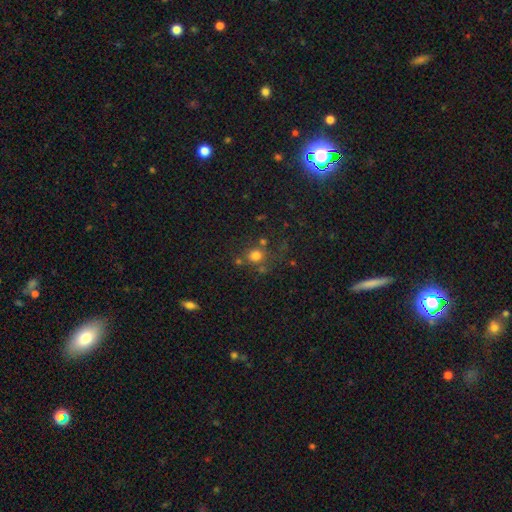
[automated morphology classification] Q: Smooth or featured?
A: smooth (75%); runner-up: star or artifact (17%)
Q: How rounded?
A: round (85%); runner-up: in between (14%)
Q: Merging?
A: none (68%); runner-up: merger (13%)